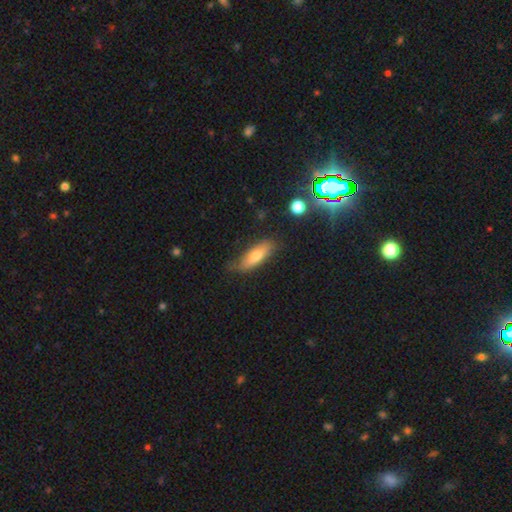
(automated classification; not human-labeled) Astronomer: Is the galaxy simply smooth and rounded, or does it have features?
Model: smooth — 65%.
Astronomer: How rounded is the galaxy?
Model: in between — 54% (runner-up: cigar-shaped, 43%).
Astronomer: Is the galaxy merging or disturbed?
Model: none — 68%.